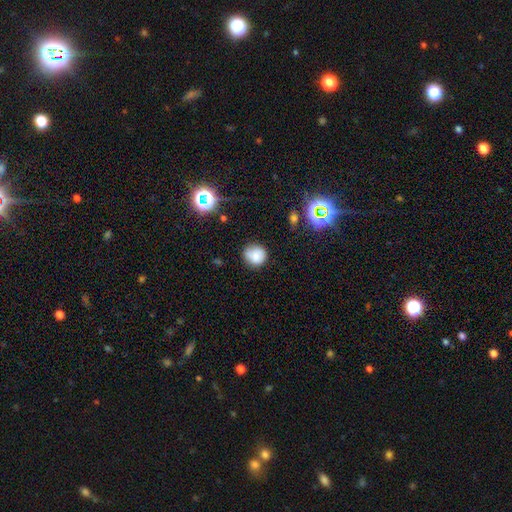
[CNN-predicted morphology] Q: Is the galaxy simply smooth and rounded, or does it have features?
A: smooth — 77%.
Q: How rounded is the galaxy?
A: round — 83%.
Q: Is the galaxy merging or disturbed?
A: none — 68%.